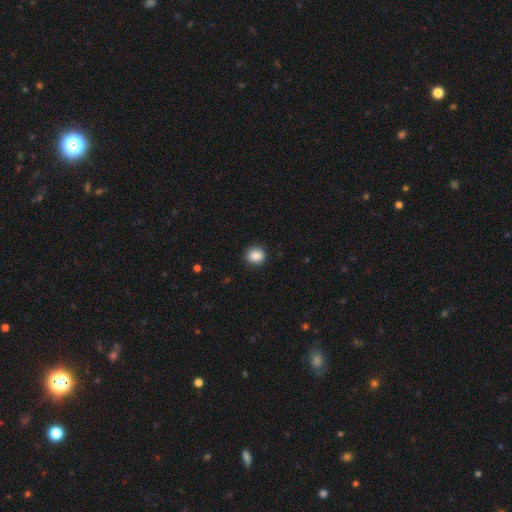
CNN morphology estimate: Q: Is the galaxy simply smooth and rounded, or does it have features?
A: smooth — 88%.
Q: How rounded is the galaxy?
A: round — 84%.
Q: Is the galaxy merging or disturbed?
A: none — 91%.